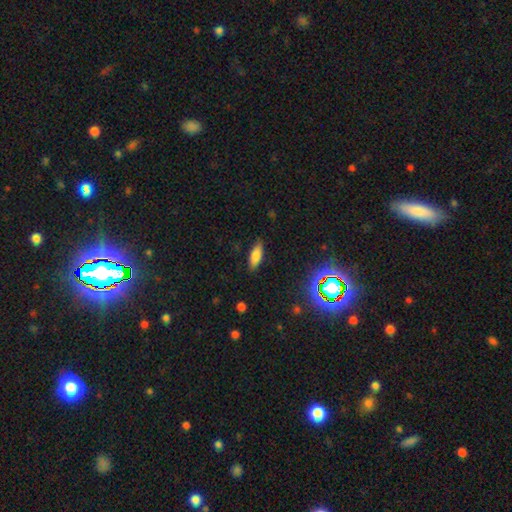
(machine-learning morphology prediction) Smooth or featured? smooth (78%)
How rounded? in between (70%)
Merging? none (85%)